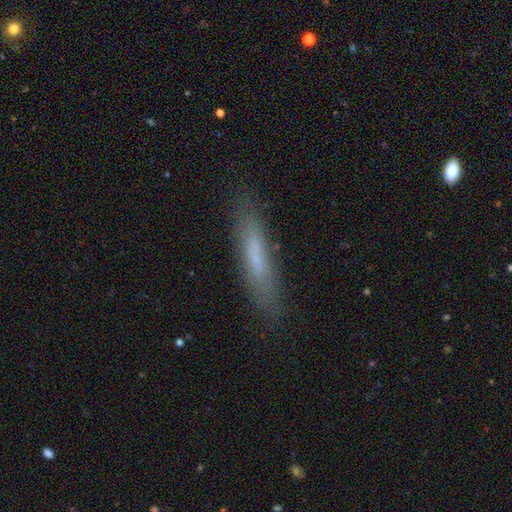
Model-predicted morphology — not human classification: A smooth galaxy with no disk features (64%) that is cigar-shaped (87%).

Vote fractions:
- Smooth or featured? smooth: 64% / featured or disk: 28% / star or artifact: 8%
- How rounded? cigar-shaped: 87% / in between: 12% / round: 1%
- Merging? none: 83% / minor disturbance: 12% / major disturbance: 3% / merger: 1%